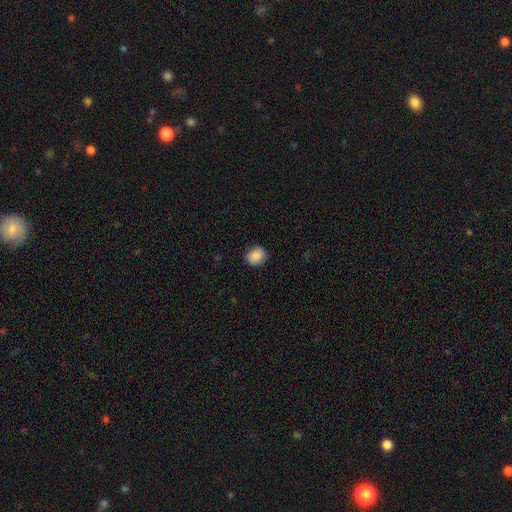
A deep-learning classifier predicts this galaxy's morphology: This is clearly a smooth galaxy (87%). How rounded: likely round (73%). Merging: clearly none (85%).